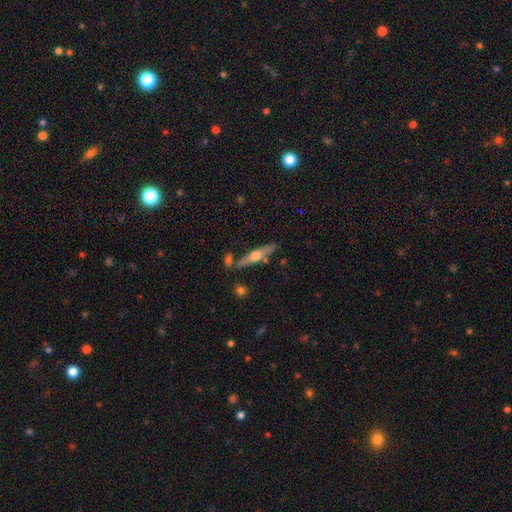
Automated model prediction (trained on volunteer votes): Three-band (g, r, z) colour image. It shows a featured or disk galaxy (56%) viewed edge-on (93%) with a rounded central bulge (93%). Merging: none (79%).